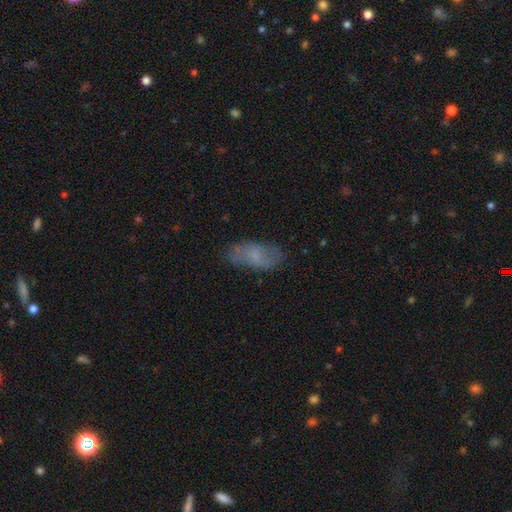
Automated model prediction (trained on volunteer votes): Q: Smooth or featured?
A: smooth (62%); runner-up: featured or disk (30%)
Q: How rounded?
A: in between (89%); runner-up: cigar-shaped (8%)
Q: Merging?
A: none (69%); runner-up: minor disturbance (21%)